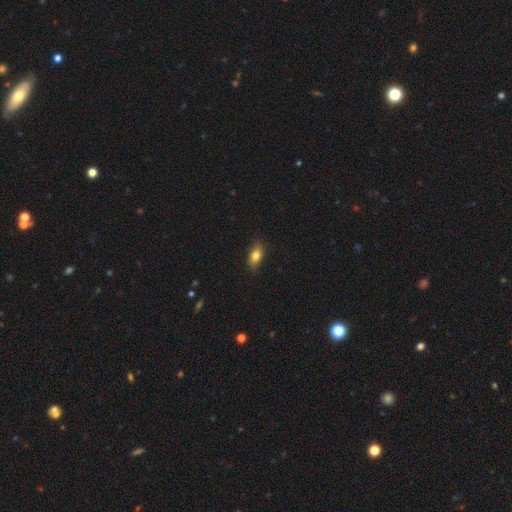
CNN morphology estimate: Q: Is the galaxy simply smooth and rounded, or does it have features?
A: smooth — 81%.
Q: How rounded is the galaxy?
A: in between — 86%.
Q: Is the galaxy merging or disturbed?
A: none — 86%.